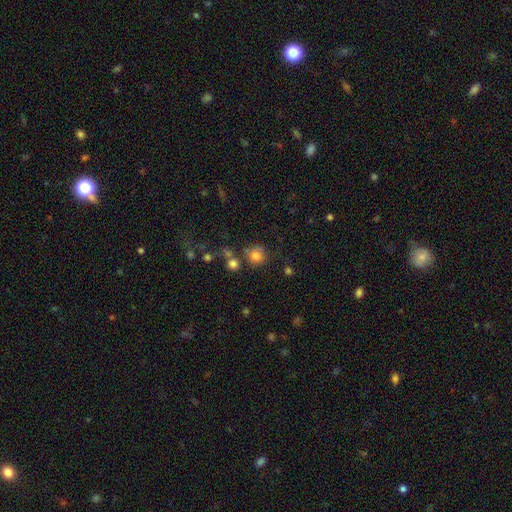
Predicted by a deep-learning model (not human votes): Overall: smooth (81%). How rounded: round (91%). Merging: none (73%).